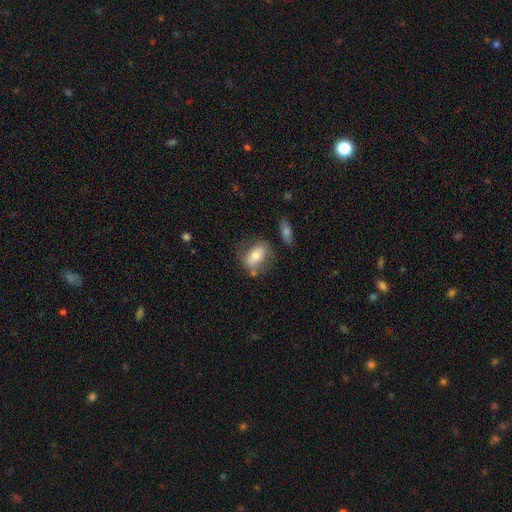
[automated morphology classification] This appears to be a smooth galaxy with no disk features (61%) that is in between round and cigar-shaped (77%). Merging: none (59%).